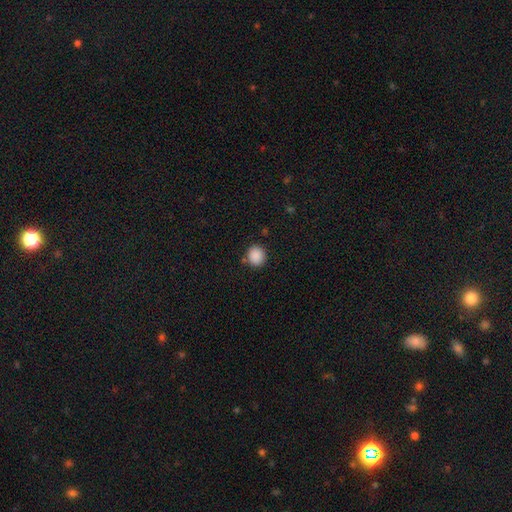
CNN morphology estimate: A smooth galaxy with no disk features (89%) that is round (87%).

Vote fractions:
- Smooth or featured? smooth: 89% / star or artifact: 9% / featured or disk: 3%
- How rounded? round: 87% / in between: 13% / cigar-shaped: 1%
- Merging? none: 84% / minor disturbance: 10% / merger: 3% / major disturbance: 3%